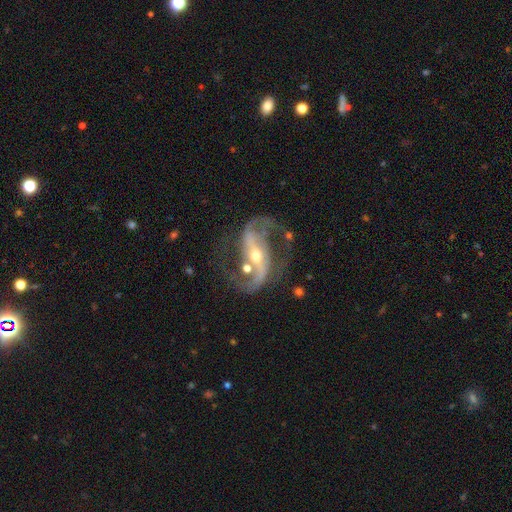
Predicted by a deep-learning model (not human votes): This appears to be a featured or disk galaxy (92%) with a strong bar (58%), 2 (94%) medium (48%) spiral arms (97%) and a moderate central bulge (51%). Merging: none (69%).